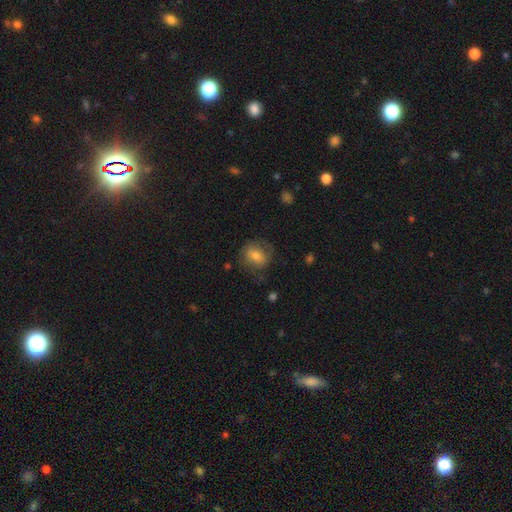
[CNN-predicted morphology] A smooth galaxy with no disk features (66%) that is round (55%). Merging: none (70%).